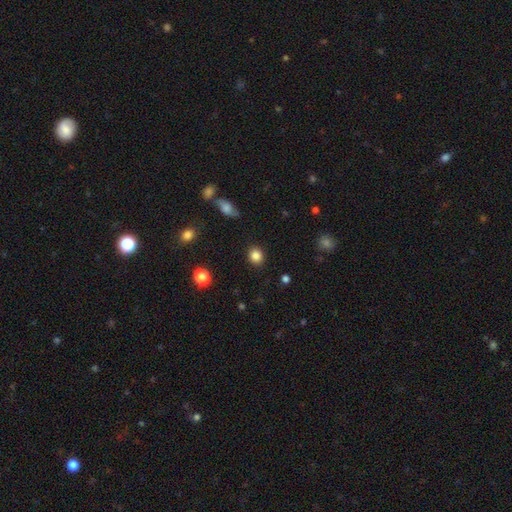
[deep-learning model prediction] Smooth or featured? Predicted: smooth (p=0.85). How rounded? Predicted: round (p=0.74). Merging? Predicted: none (p=0.89).